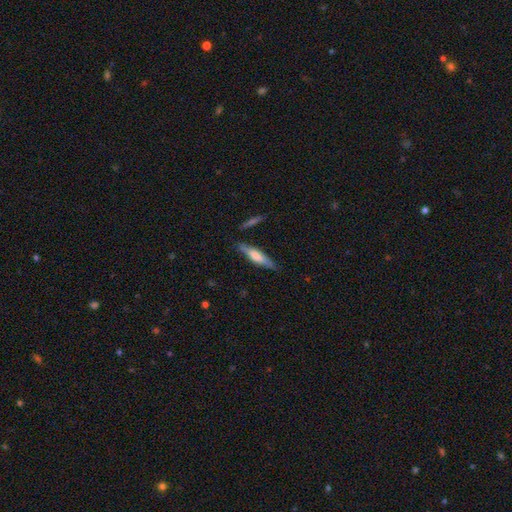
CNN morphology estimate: Smooth or featured? Predicted: smooth (p=0.49). Merging? Predicted: none (p=0.82).